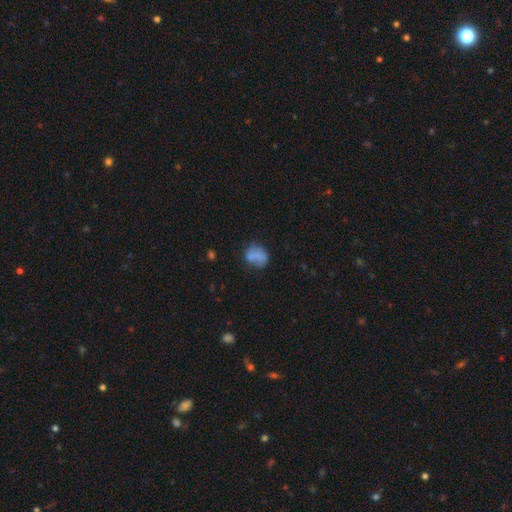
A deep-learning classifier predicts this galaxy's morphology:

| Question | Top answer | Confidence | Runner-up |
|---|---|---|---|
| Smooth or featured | smooth | 71% | featured or disk (19%) |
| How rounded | round | 57% | in between (42%) |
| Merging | none | 48% | minor disturbance (25%) |